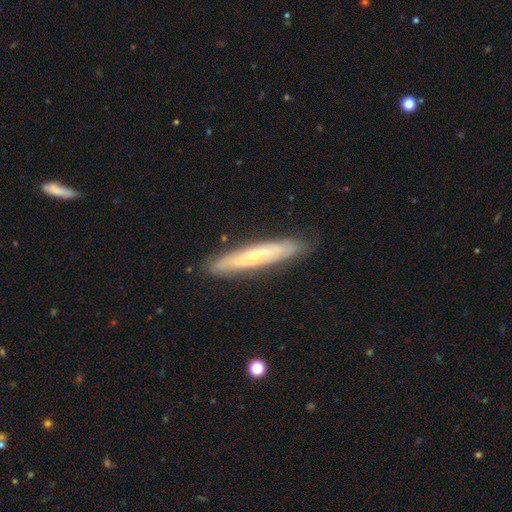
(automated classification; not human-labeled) smooth_or_featured: featured or disk (p=0.62) [alt: smooth p=0.32]
disk_edge_on: yes (p=0.63) [alt: no p=0.37]
merging: none (p=0.83) [alt: minor disturbance p=0.13]